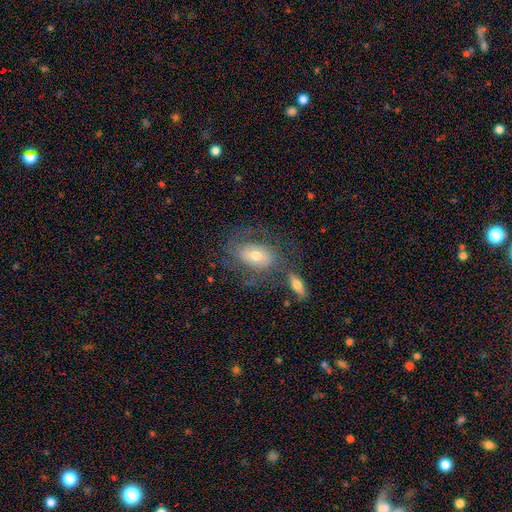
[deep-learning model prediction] Q: Smooth or featured?
A: featured or disk (57%); runner-up: smooth (34%)
Q: Edge-on disk?
A: no (93%); runner-up: yes (7%)
Q: Bar?
A: no (57%); runner-up: weak (33%)
Q: Spiral arms?
A: yes (75%); runner-up: no (25%)
Q: Bulge size?
A: moderate (62%); runner-up: small (26%)
Q: Merging?
A: none (52%); runner-up: minor disturbance (19%)